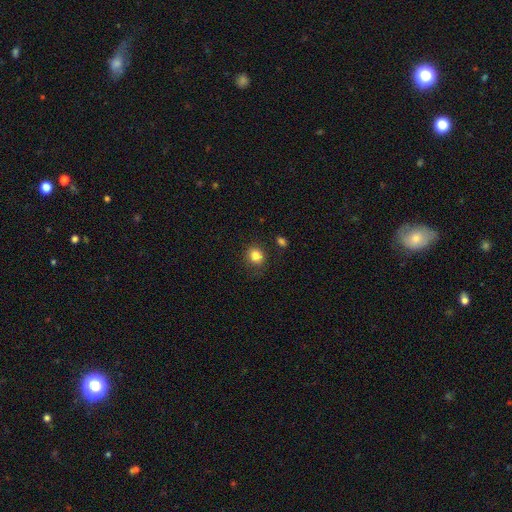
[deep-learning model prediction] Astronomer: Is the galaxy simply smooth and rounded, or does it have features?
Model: smooth — 84%.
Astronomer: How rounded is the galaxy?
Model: round — 77%.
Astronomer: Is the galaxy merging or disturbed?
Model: none — 81%.